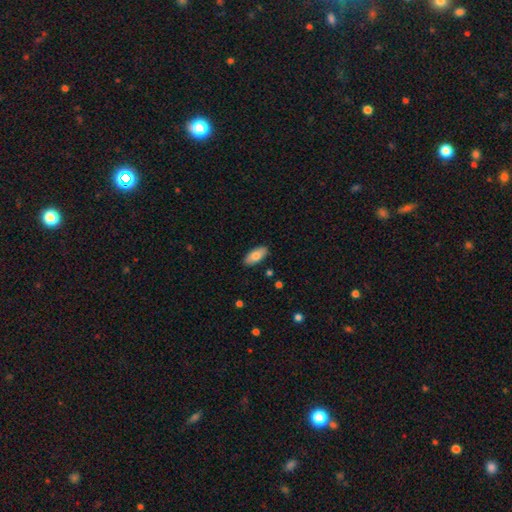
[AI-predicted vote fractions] Overall: smooth (78%). How rounded: in between (89%). Merging: none (89%).